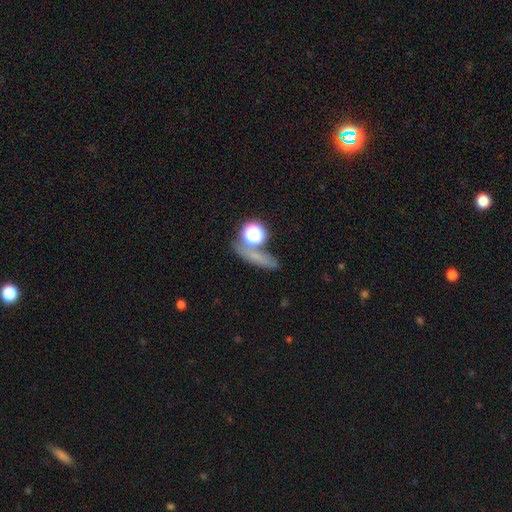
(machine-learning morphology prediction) Smooth or featured?
  - smooth: 53% *
  - star or artifact: 32%
  - featured or disk: 15%
How rounded?
  - round: 44% *
  - cigar-shaped: 31%
  - in between: 25%
Merging?
  - none: 66% *
  - merger: 14%
  - minor disturbance: 12%
  - major disturbance: 8%